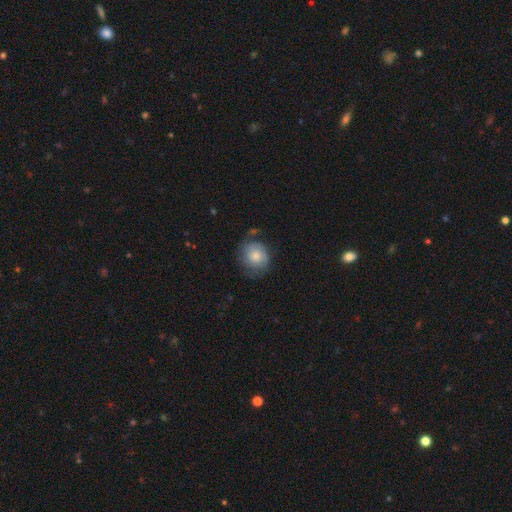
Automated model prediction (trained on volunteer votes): A smooth galaxy with no disk features (74%) that is round (77%). Merging: none (64%).